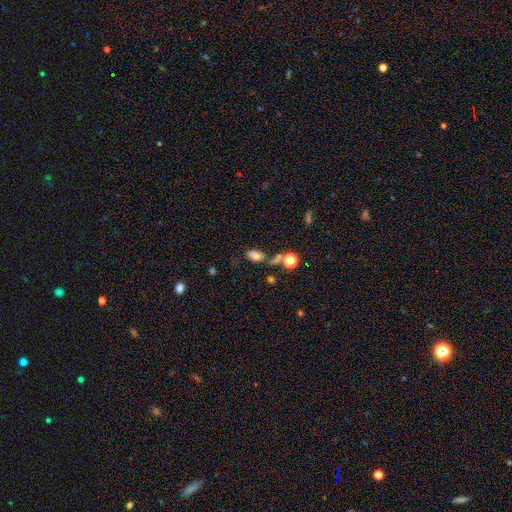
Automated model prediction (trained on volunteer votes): Morphology: type=smooth (68%); roundness=in between (86%); merging=none (43%).